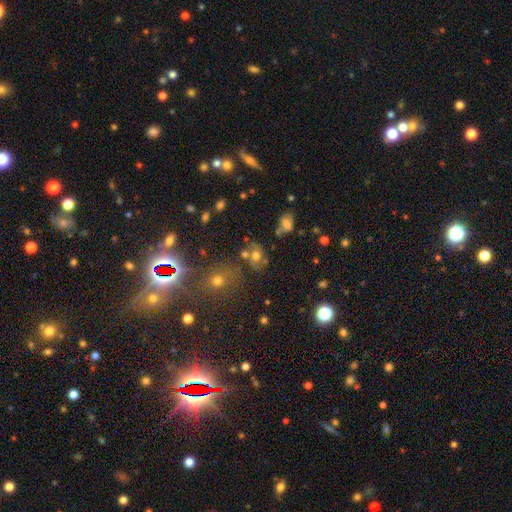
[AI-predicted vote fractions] Smooth or featured? Predicted: smooth (p=0.63). How rounded? Predicted: round (p=0.51). Merging? Predicted: none (p=0.57).